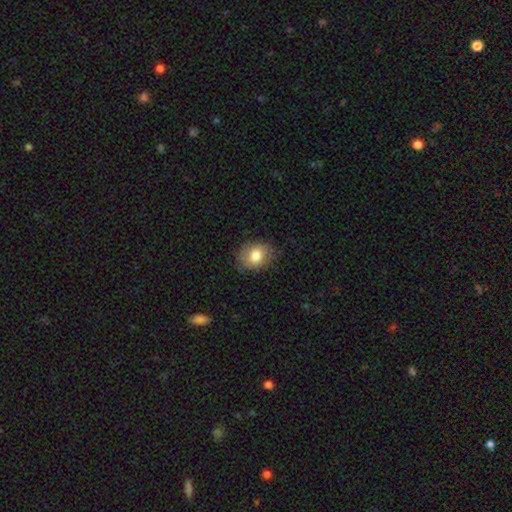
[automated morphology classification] smooth_or_featured: smooth (p=0.78) [alt: featured or disk p=0.14]
how_rounded: in between (p=0.54) [alt: round p=0.45]
merging: none (p=0.77) [alt: minor disturbance p=0.17]